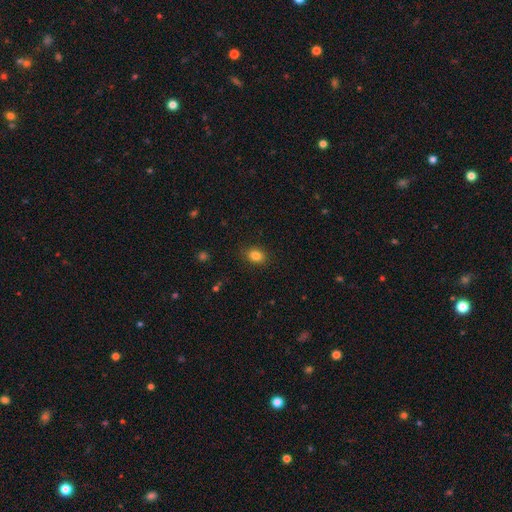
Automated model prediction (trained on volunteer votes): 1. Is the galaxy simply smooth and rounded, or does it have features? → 84% smooth, 10% star or artifact, 5% featured or disk.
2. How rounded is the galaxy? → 65% in between, 34% round, 1% cigar-shaped.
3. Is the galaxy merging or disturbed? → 86% none, 10% minor disturbance, 3% major disturbance, 1% merger.